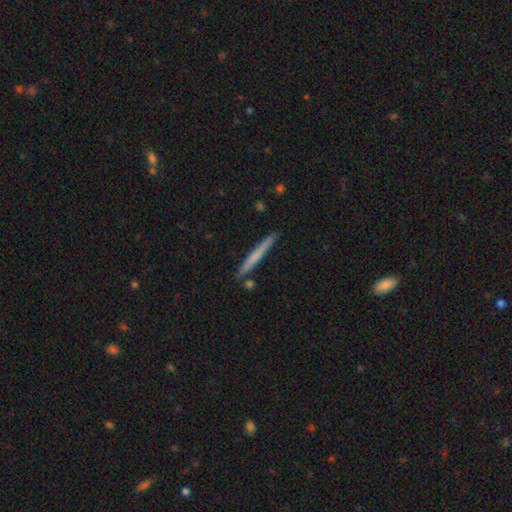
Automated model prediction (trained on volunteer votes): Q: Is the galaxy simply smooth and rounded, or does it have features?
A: smooth — 60%.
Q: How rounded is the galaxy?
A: cigar-shaped — 97%.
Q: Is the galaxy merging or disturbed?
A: none — 88%.